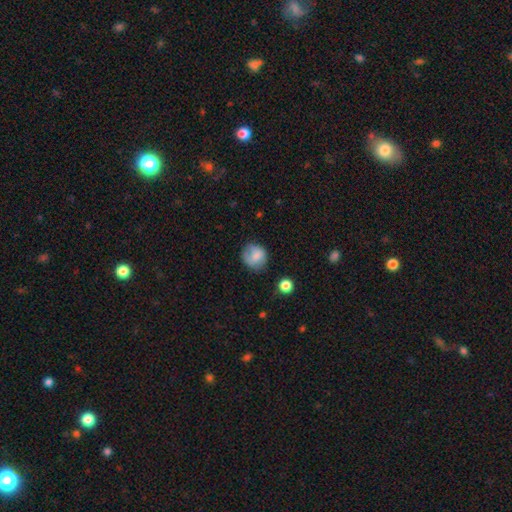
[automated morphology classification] This is likely a smooth galaxy (76%). How rounded: likely round (78%). Merging: likely none (62%).